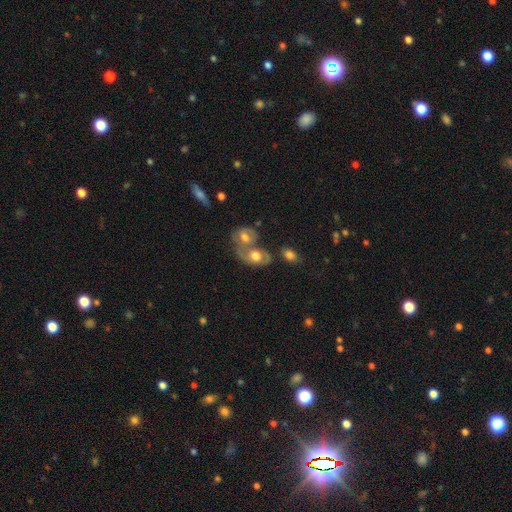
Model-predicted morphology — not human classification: The model was most divided on "smooth or featured": featured or disk: 47%, smooth: 44%, star or artifact: 9%. More confident: merging — merger (62%).